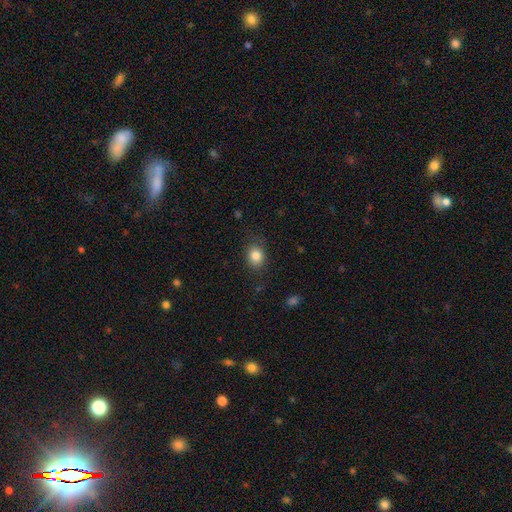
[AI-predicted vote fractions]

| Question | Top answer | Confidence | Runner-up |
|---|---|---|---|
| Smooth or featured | smooth | 84% | star or artifact (10%) |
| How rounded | round | 61% | in between (38%) |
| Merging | none | 81% | minor disturbance (13%) |